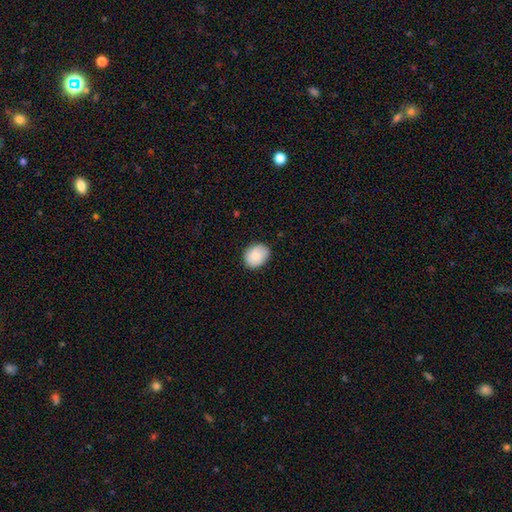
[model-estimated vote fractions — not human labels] Q: Smooth or featured?
A: smooth (84%); runner-up: featured or disk (9%)
Q: How rounded?
A: in between (53%); runner-up: round (46%)
Q: Merging?
A: none (83%); runner-up: minor disturbance (14%)